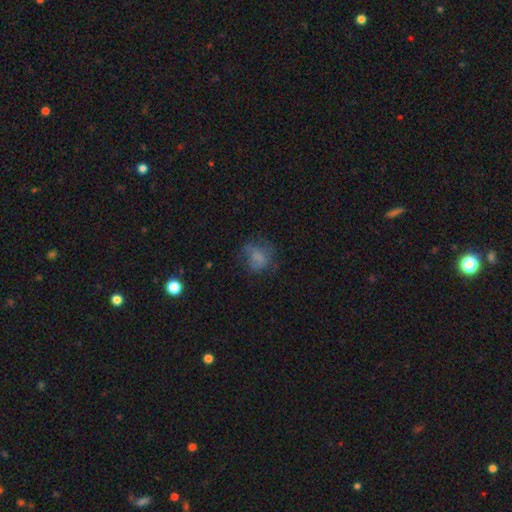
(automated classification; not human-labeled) Smooth or featured?
  - smooth: 60% *
  - featured or disk: 23%
  - star or artifact: 17%
How rounded?
  - round: 60% *
  - in between: 39%
  - cigar-shaped: 1%
Merging?
  - none: 51% *
  - minor disturbance: 24%
  - major disturbance: 23%
  - merger: 2%